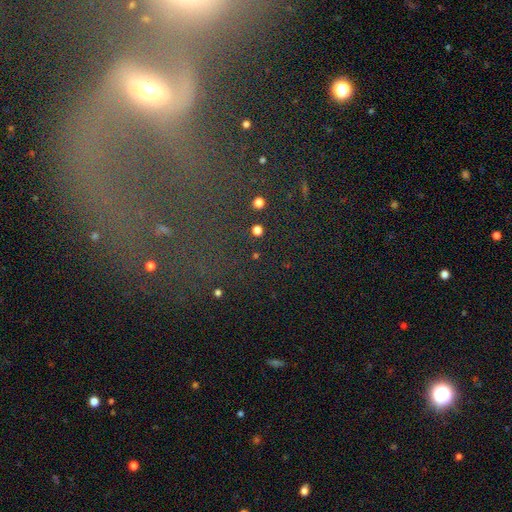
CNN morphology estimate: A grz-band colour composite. It shows a star or artifact, not a galaxy (66%).